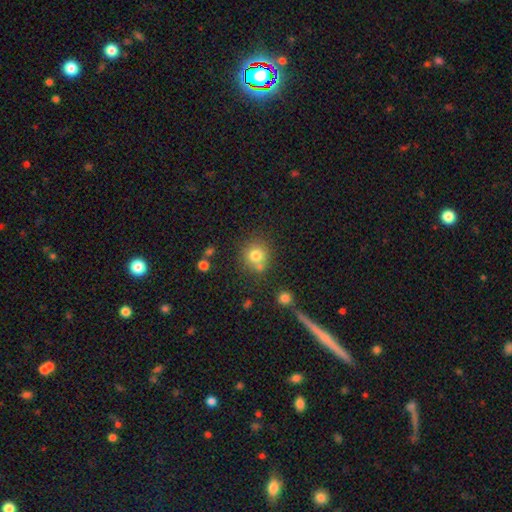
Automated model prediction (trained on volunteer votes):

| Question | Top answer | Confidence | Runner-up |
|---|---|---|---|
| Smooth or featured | smooth | 78% | star or artifact (12%) |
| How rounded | round | 89% | in between (10%) |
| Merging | none | 67% | merger (19%) |